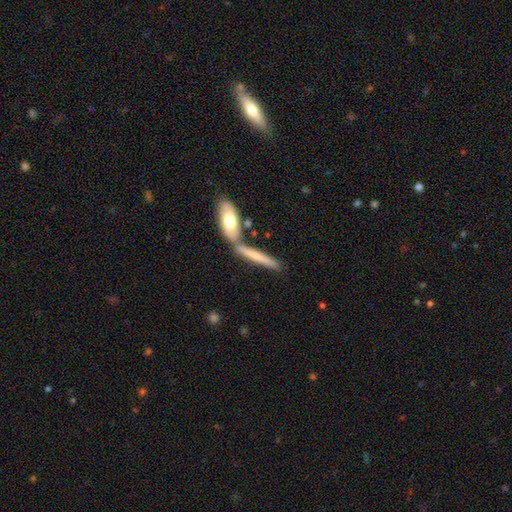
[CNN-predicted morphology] Smooth or featured?
  - smooth: 66% *
  - featured or disk: 29%
  - star or artifact: 6%
How rounded?
  - cigar-shaped: 85% *
  - in between: 13%
  - round: 2%
Merging?
  - none: 58% *
  - merger: 28%
  - minor disturbance: 11%
  - major disturbance: 3%